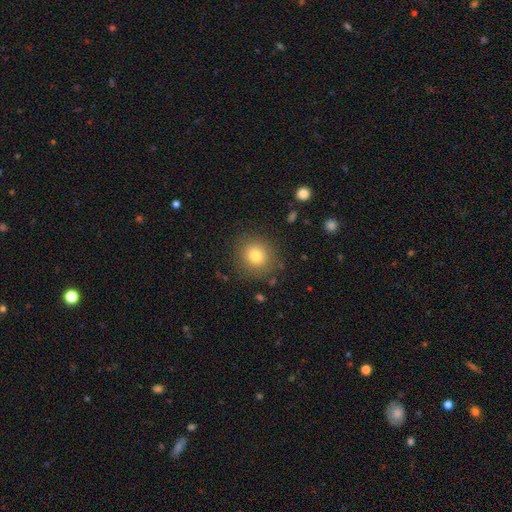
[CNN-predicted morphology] A smooth galaxy with no disk features (78%) that is round (90%). Merging: none (86%).